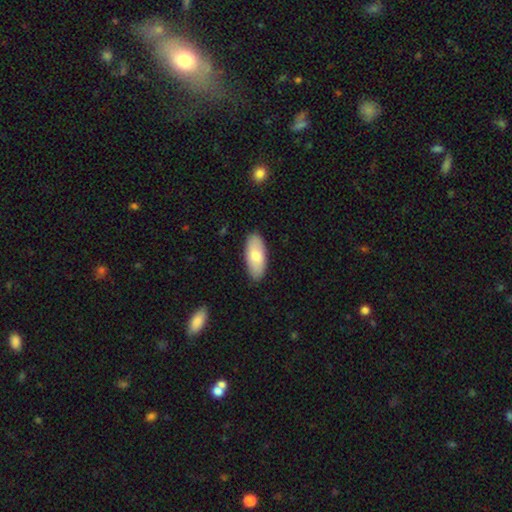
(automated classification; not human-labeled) Morphology: type=smooth (74%); roundness=in between (88%); merging=none (87%).